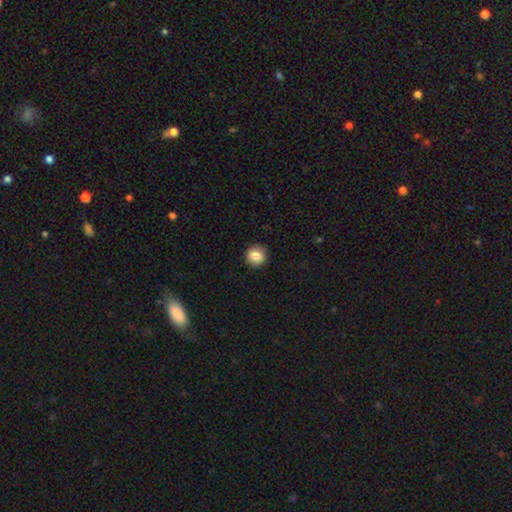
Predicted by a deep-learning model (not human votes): Smooth or featured? smooth (83%)
How rounded? round (83%)
Merging? none (89%)